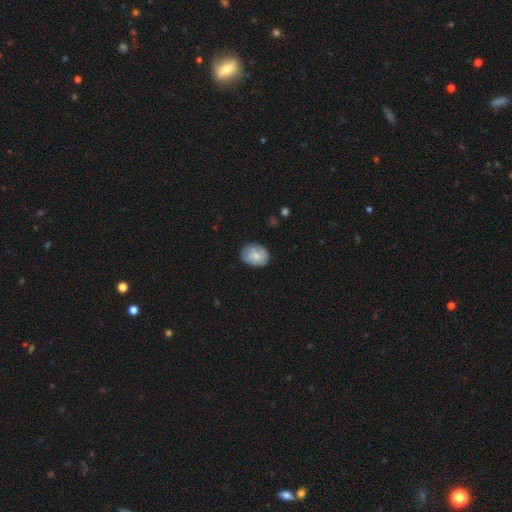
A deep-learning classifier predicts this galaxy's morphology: type=smooth (77%); roundness=in between (50%); merging=none (76%).